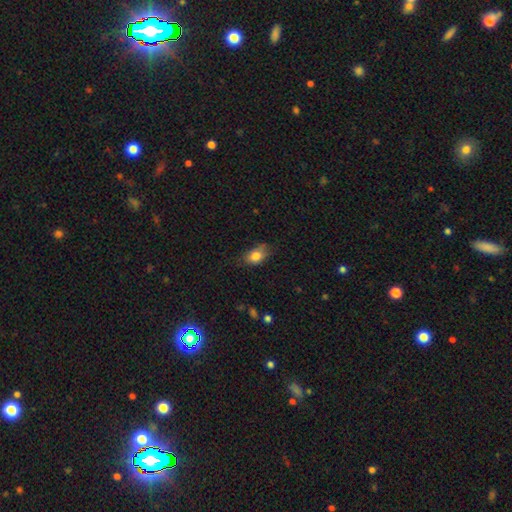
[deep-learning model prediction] Smooth or featured?
  - smooth: 80% *
  - featured or disk: 11%
  - star or artifact: 9%
How rounded?
  - in between: 82% *
  - round: 15%
  - cigar-shaped: 3%
Merging?
  - none: 62% *
  - minor disturbance: 29%
  - major disturbance: 7%
  - merger: 2%